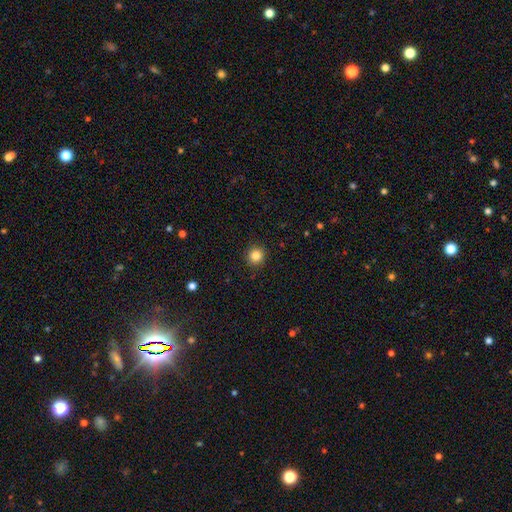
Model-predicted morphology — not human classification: This is clearly a smooth galaxy (84%). How rounded: clearly round (93%). Merging: clearly none (91%).